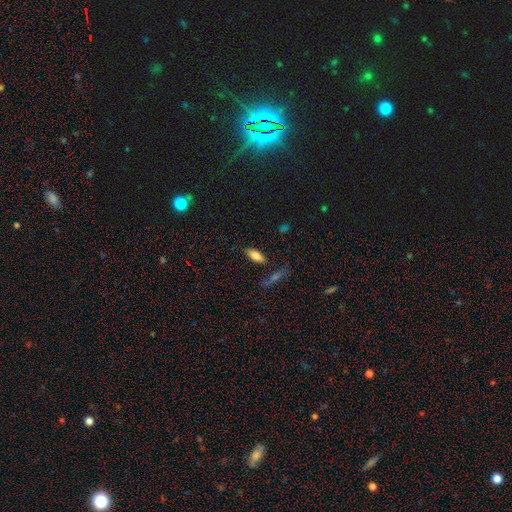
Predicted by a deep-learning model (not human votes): Overall: smooth (79%). How rounded: in between (82%). Merging: none (80%).